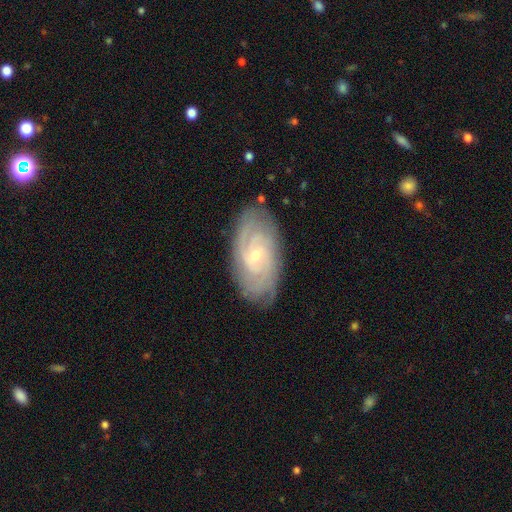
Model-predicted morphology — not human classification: Smooth or featured?
  - featured or disk: 83% *
  - smooth: 11%
  - star or artifact: 6%
Edge-on disk?
  - no: 95% *
  - yes: 5%
Bar?
  - no: 53% *
  - weak: 39%
  - strong: 8%
Spiral arms?
  - yes: 96% *
  - no: 4%
Spiral winding?
  - tight: 72% *
  - medium: 23%
  - loose: 5%
Spiral arm count?
  - can't tell: 35% *
  - 2: 23%
  - 3: 17%
  - 4: 14%
  - more than 4: 6%
  - 1: 5%
Bulge size?
  - small: 69% *
  - moderate: 28%
  - large: 1%
  - none: 1%
  - dominant: 1%
Merging?
  - none: 82% *
  - minor disturbance: 14%
  - major disturbance: 3%
  - merger: 1%